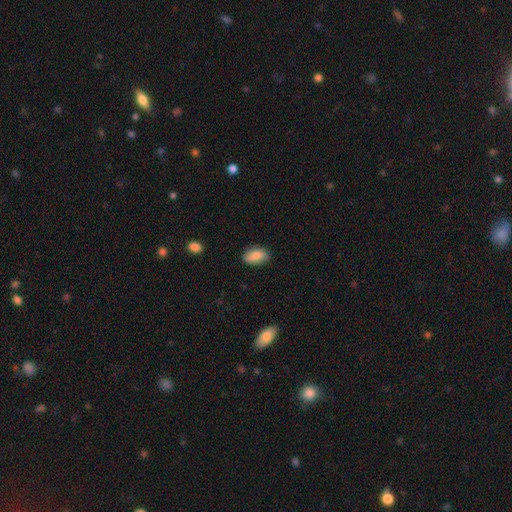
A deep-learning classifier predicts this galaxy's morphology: Smooth or featured: smooth — 83% (featured or disk — 10%)
How rounded: in between — 91% (round — 6%)
Merging: none — 81% (minor disturbance — 15%)